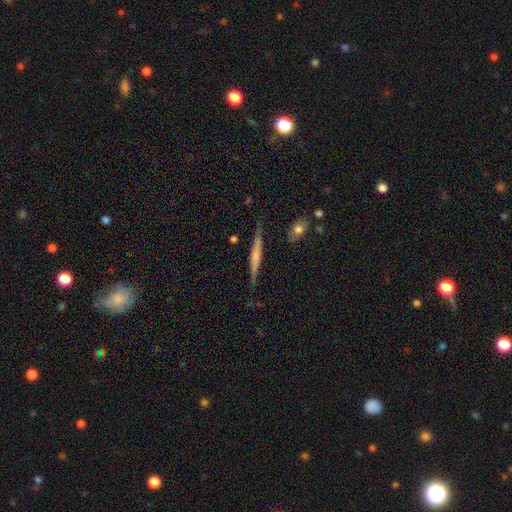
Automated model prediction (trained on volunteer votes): Smooth or featured? Predicted: featured or disk (p=0.51). Edge-on disk? Predicted: yes (p=0.96). Merging? Predicted: none (p=0.81).